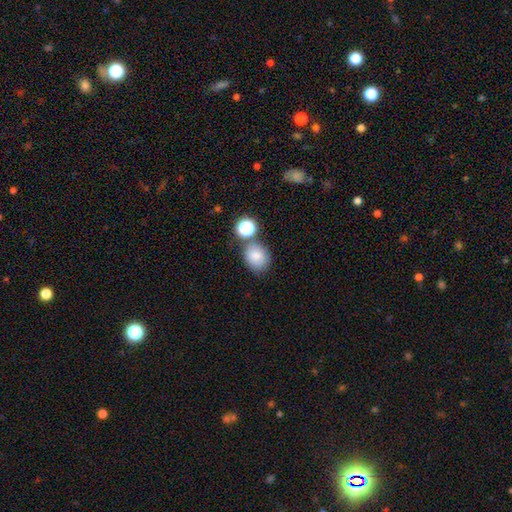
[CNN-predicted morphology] Q: Smooth or featured?
A: smooth (80%); runner-up: star or artifact (12%)
Q: How rounded?
A: round (58%); runner-up: in between (41%)
Q: Merging?
A: none (63%); runner-up: merger (17%)